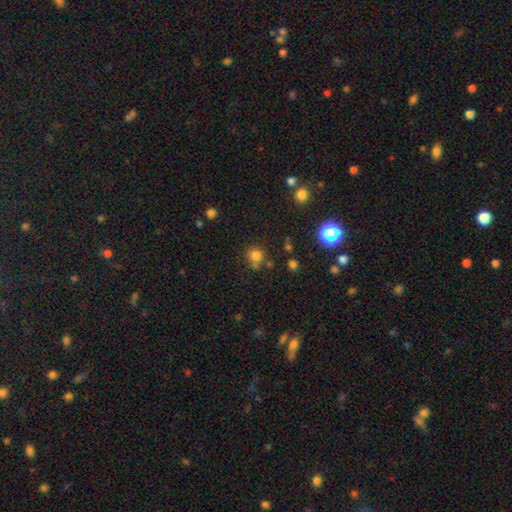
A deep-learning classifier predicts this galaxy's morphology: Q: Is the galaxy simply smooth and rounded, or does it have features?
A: smooth — 78%.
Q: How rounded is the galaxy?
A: round — 88%.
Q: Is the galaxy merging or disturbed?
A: none — 67%.